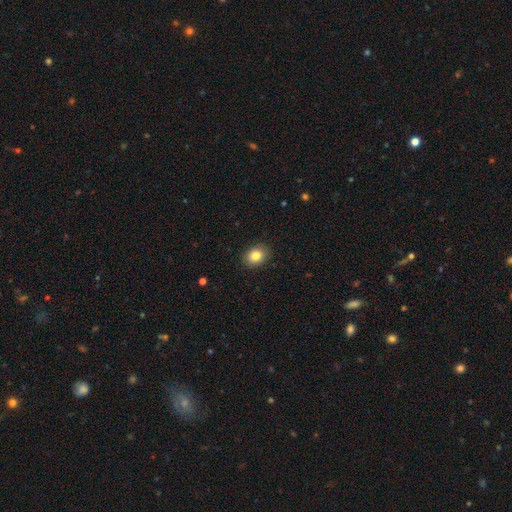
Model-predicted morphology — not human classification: The model was most divided on "how rounded": in between: 56%, round: 43%, cigar-shaped: 1%. More confident: merging — none (88%); smooth or featured — smooth (84%).